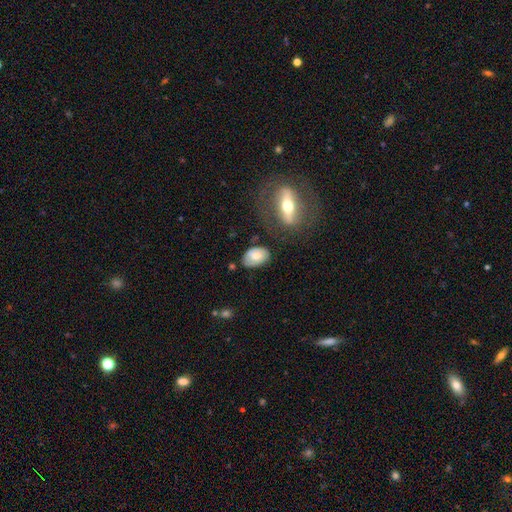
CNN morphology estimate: type=smooth (61%); roundness=in between (86%); merging=none (66%).